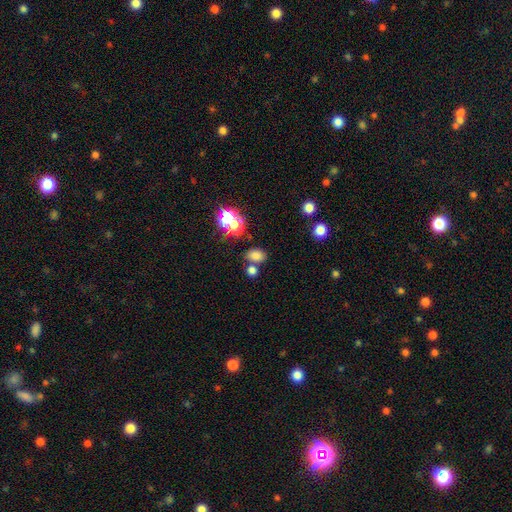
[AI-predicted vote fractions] Smooth or featured? Predicted: smooth (p=0.73). How rounded? Predicted: in between (p=0.71). Merging? Predicted: none (p=0.61).